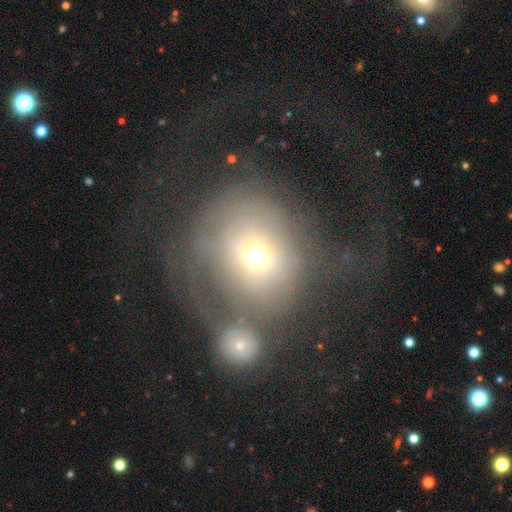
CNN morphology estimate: Smooth or featured? smooth (52%)
How rounded? round (82%)
Merging? major disturbance (34%)